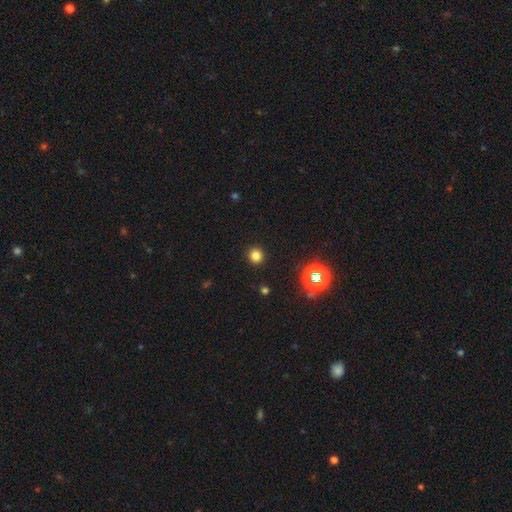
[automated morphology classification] Smooth or featured? Predicted: smooth (p=0.78). How rounded? Predicted: round (p=0.91). Merging? Predicted: none (p=0.92).